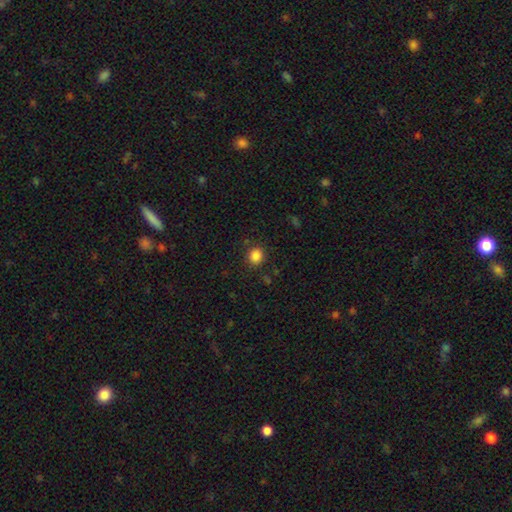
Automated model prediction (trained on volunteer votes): Smooth or featured? Predicted: smooth (p=0.86). How rounded? Predicted: round (p=0.79). Merging? Predicted: none (p=0.86).